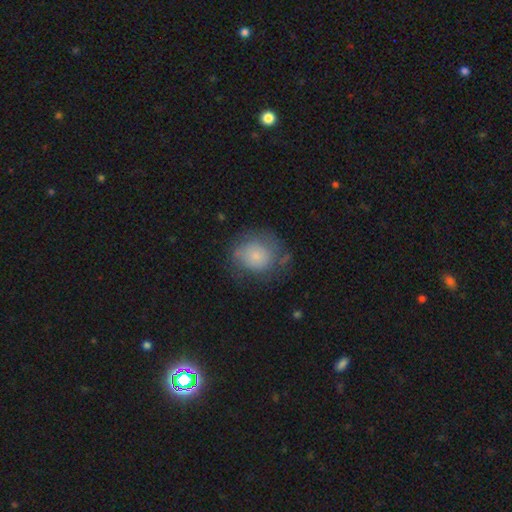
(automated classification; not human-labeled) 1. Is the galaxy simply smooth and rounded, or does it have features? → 70% smooth, 22% featured or disk, 8% star or artifact.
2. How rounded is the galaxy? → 81% round, 18% in between, 1% cigar-shaped.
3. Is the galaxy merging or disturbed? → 56% none, 25% minor disturbance, 16% major disturbance, 3% merger.